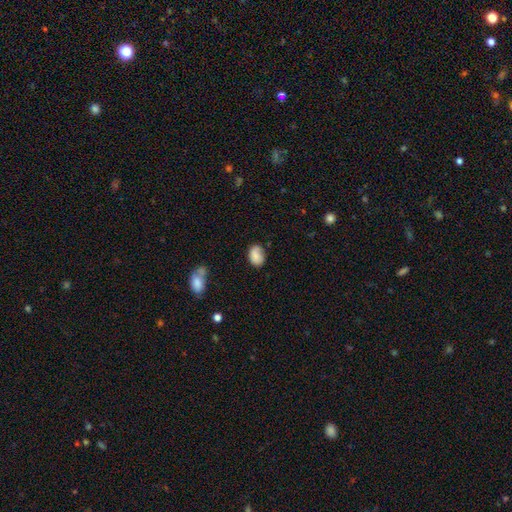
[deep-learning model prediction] Q: Smooth or featured?
A: smooth (82%); runner-up: featured or disk (10%)
Q: How rounded?
A: in between (80%); runner-up: round (19%)
Q: Merging?
A: none (61%); runner-up: minor disturbance (28%)